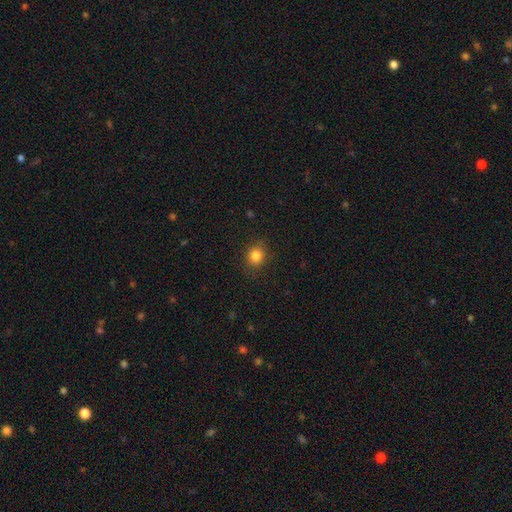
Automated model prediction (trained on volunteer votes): smooth_or_featured: smooth (p=0.83) [alt: star or artifact p=0.11]
how_rounded: round (p=0.68) [alt: in between p=0.31]
merging: none (p=0.86) [alt: minor disturbance p=0.10]